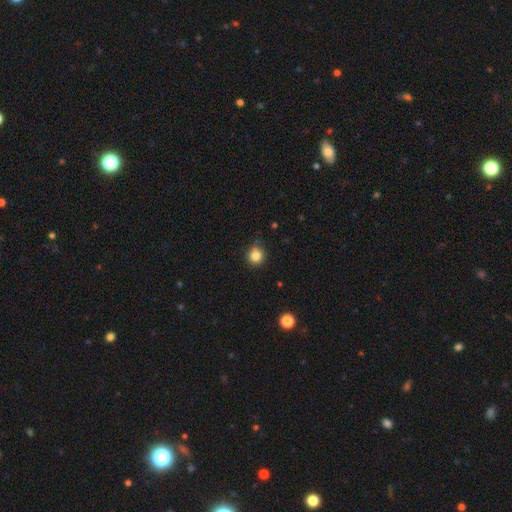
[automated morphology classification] Smooth or featured?
  - smooth: 83% *
  - star or artifact: 12%
  - featured or disk: 5%
How rounded?
  - round: 89% *
  - in between: 10%
  - cigar-shaped: 1%
Merging?
  - none: 74% *
  - minor disturbance: 19%
  - major disturbance: 4%
  - merger: 3%